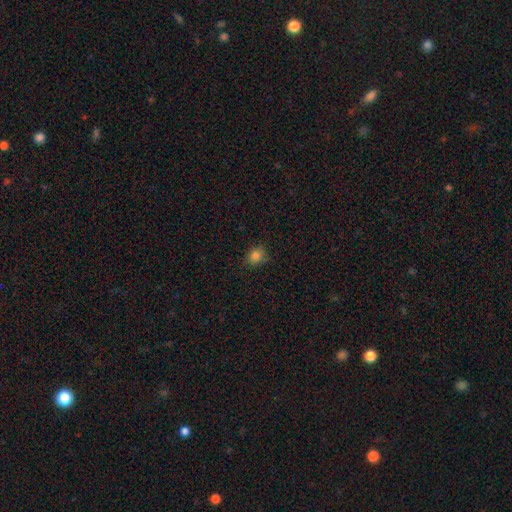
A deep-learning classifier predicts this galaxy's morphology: The model was most divided on "how rounded": round: 60%, in between: 39%, cigar-shaped: 1%. More confident: smooth or featured — smooth (83%); merging — none (81%).